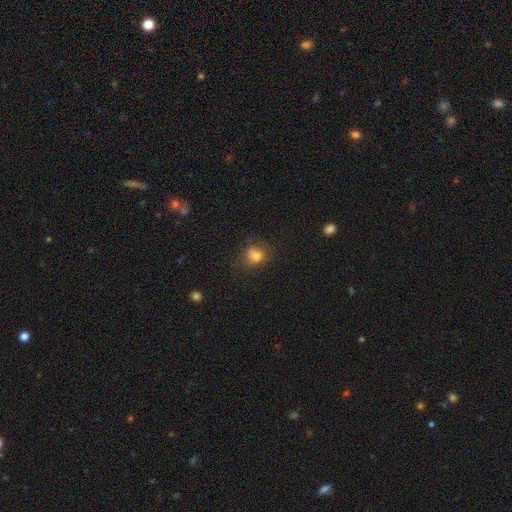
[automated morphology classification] A smooth galaxy with no disk features (77%) that is round (67%). Merging: none (63%).